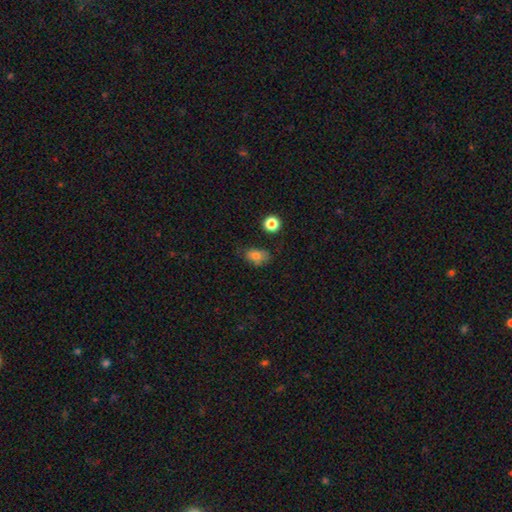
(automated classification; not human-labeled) This appears to be a smooth galaxy with no disk features (78%) that is in between round and cigar-shaped (78%). Merging: none (60%).